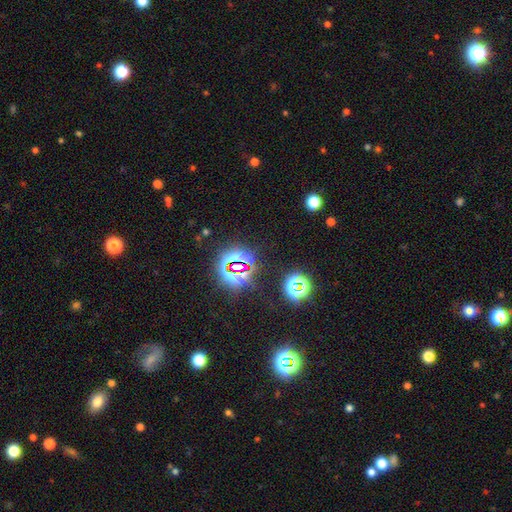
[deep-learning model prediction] star or artifact 80%, smooth 12%, featured or disk 8%.